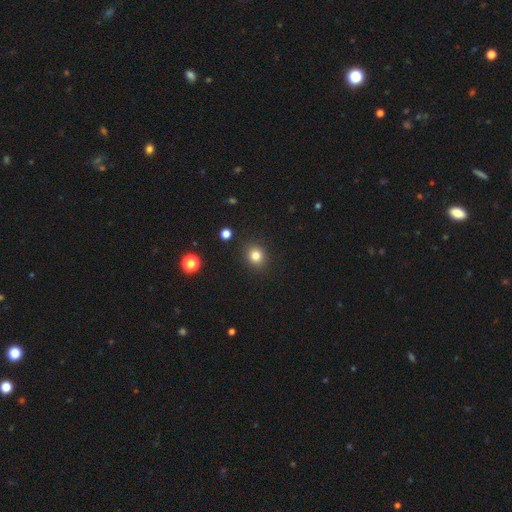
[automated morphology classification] Smooth or featured? Predicted: smooth (p=0.82). How rounded? Predicted: round (p=0.78). Merging? Predicted: none (p=0.89).